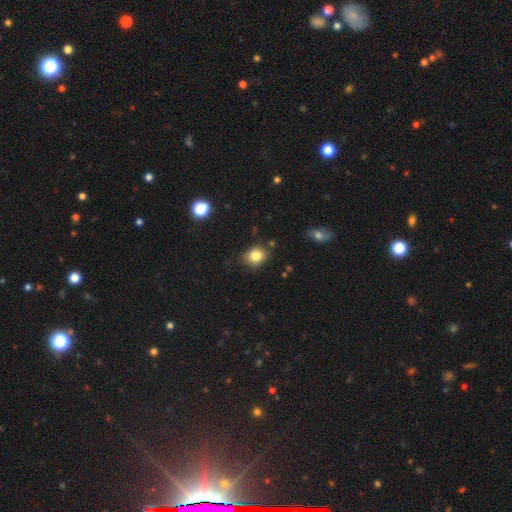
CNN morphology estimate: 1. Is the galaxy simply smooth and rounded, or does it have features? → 83% smooth, 10% star or artifact, 7% featured or disk.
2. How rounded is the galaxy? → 50% in between, 48% round, 1% cigar-shaped.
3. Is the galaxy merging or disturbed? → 78% none, 16% minor disturbance, 3% major disturbance, 3% merger.